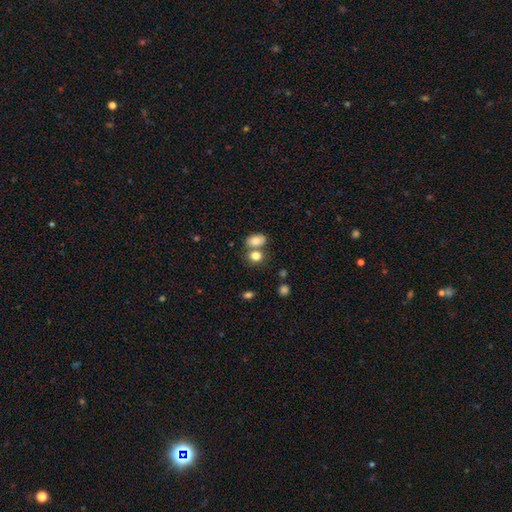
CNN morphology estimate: A smooth galaxy with no disk features (81%) that is in between round and cigar-shaped (57%).

Vote fractions:
- Smooth or featured? smooth: 81% / star or artifact: 10% / featured or disk: 9%
- How rounded? in between: 57% / round: 41% / cigar-shaped: 1%
- Merging? none: 50% / merger: 35% / minor disturbance: 11% / major disturbance: 4%